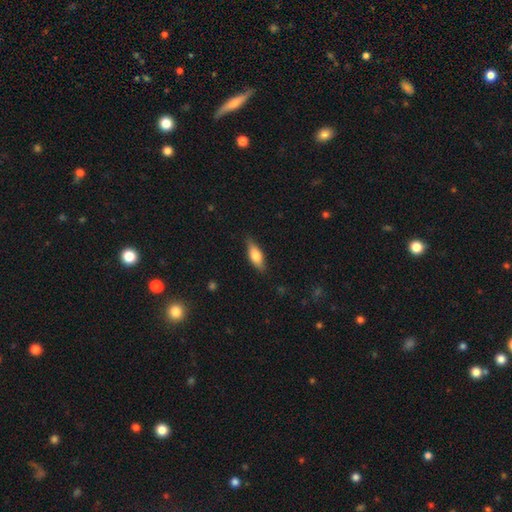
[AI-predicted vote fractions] smooth-or-featured: smooth: 69% | featured or disk: 25% | star or artifact: 6%
  how-rounded: in between: 63% | cigar-shaped: 34% | round: 3%
  merging: none: 82% | minor disturbance: 14% | major disturbance: 3% | merger: 1%